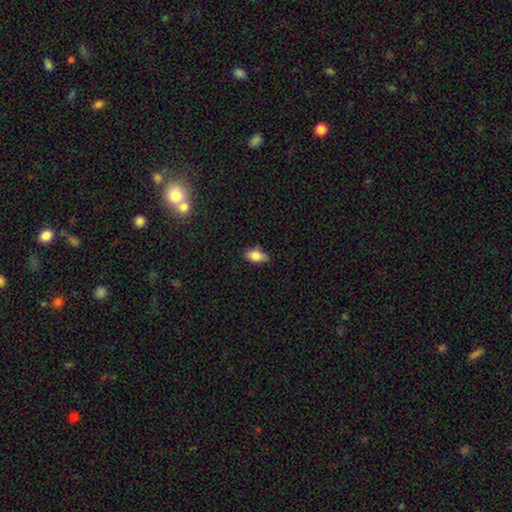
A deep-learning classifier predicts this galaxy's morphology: Q: Smooth or featured?
A: smooth (83%); runner-up: featured or disk (9%)
Q: How rounded?
A: in between (90%); runner-up: round (6%)
Q: Merging?
A: none (76%); runner-up: minor disturbance (19%)